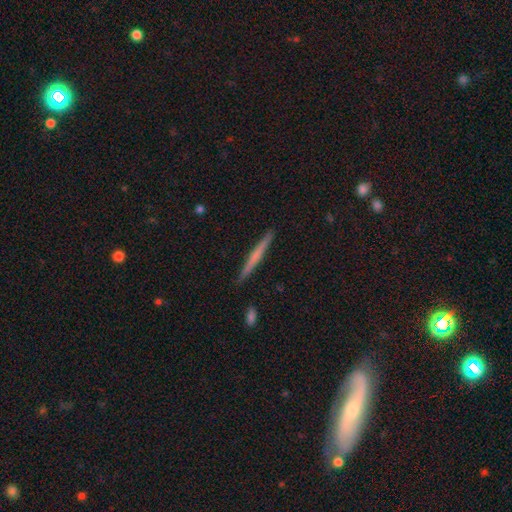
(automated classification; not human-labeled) smooth_or_featured: smooth (p=0.48) [alt: featured or disk p=0.46]
merging: none (p=0.91) [alt: minor disturbance p=0.07]